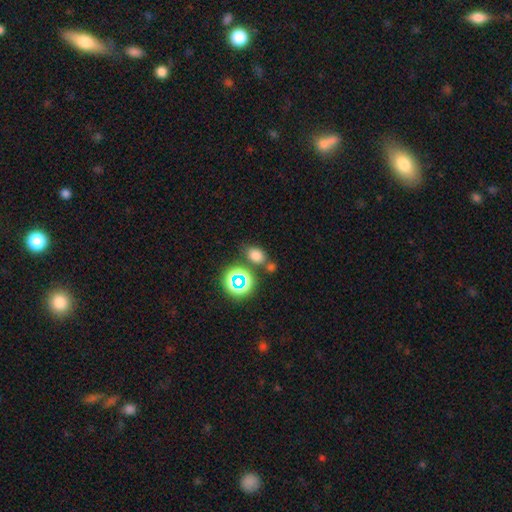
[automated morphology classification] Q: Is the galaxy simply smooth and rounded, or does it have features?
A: smooth — 71%.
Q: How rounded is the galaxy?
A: in between — 68%.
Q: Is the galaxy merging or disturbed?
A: none — 68%.